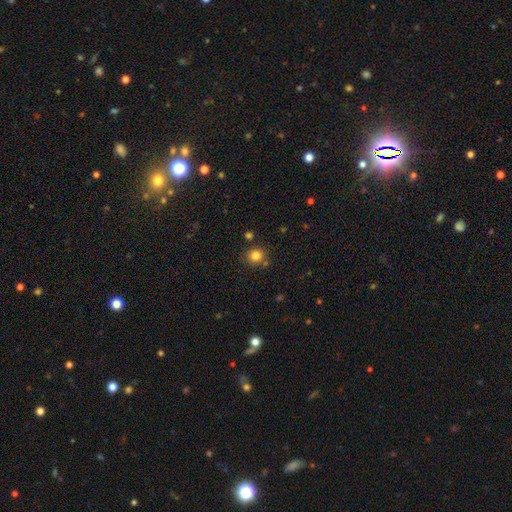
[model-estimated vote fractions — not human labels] Smooth or featured? Predicted: smooth (p=0.82). How rounded? Predicted: round (p=0.89). Merging? Predicted: none (p=0.79).